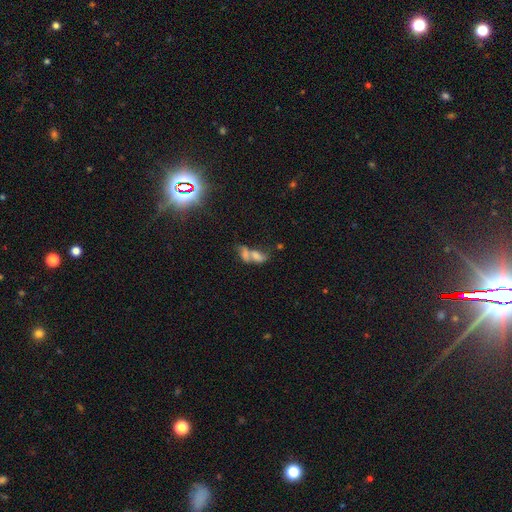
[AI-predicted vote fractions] Smooth or featured?
  - smooth: 60% *
  - featured or disk: 25%
  - star or artifact: 15%
How rounded?
  - in between: 81% *
  - cigar-shaped: 10%
  - round: 8%
Merging?
  - merger: 69% *
  - none: 15%
  - major disturbance: 9%
  - minor disturbance: 7%